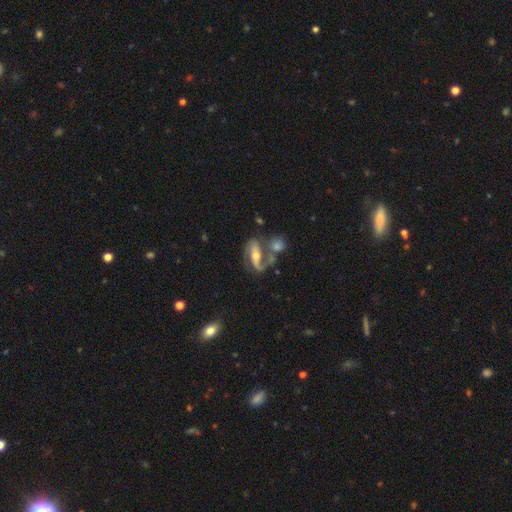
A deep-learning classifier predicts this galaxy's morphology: featured or disk 36%, smooth 33%, star or artifact 31%. Down the decision tree: merging — none (45%).